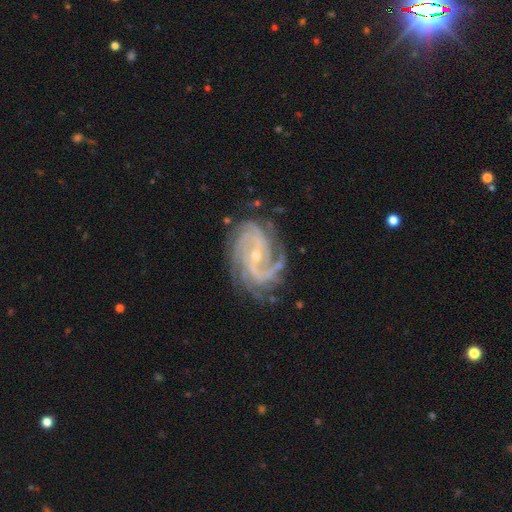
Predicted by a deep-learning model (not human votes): Overall: featured or disk (92%). Edge-on disk: no (97%). Bar: no (47%; weak 36%). Spiral arms: yes (98%). Spiral arm count: 2 (28%, tied with 3). Spiral winding: tight (55%; medium 38%). Bulge size: small (73%). Merging: none (72%).